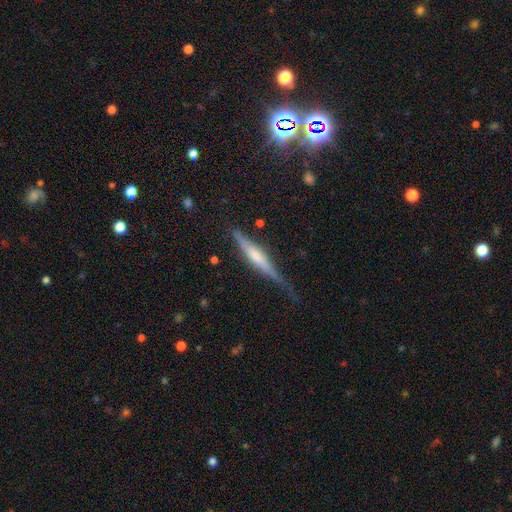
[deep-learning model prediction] smooth-or-featured: featured or disk: 63% | smooth: 30% | star or artifact: 7%
  disk-edge-on: yes: 95% | no: 5%
    edge-on-bulge: rounded: 52% | none: 25% | boxy: 23%
  merging: none: 65% | minor disturbance: 25% | major disturbance: 8% | merger: 2%